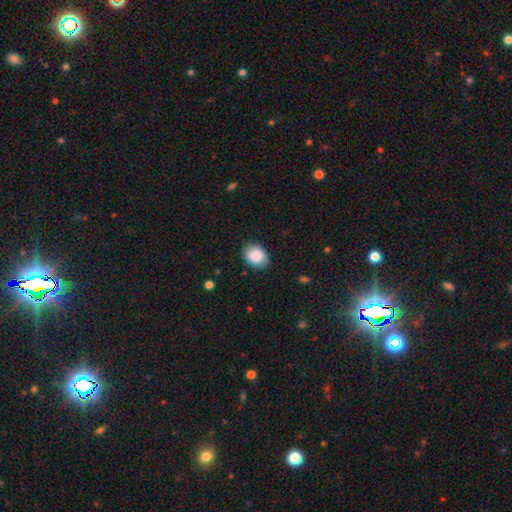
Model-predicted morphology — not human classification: Q: Smooth or featured?
A: smooth (89%); runner-up: star or artifact (7%)
Q: How rounded?
A: in between (65%); runner-up: round (34%)
Q: Merging?
A: none (84%); runner-up: minor disturbance (12%)